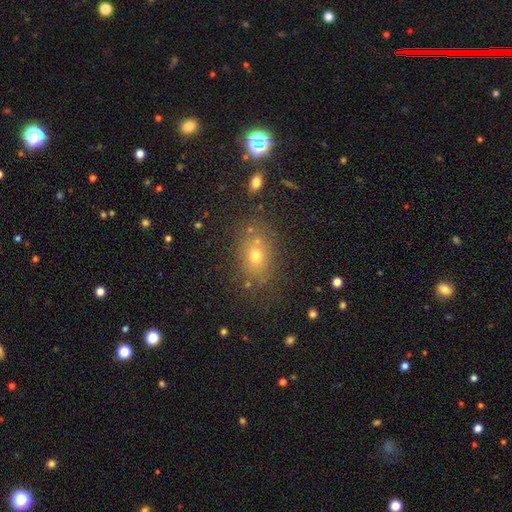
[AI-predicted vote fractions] This appears to be a smooth galaxy with no disk features (66%) that is in between round and cigar-shaped (58%). Merging: none (73%).